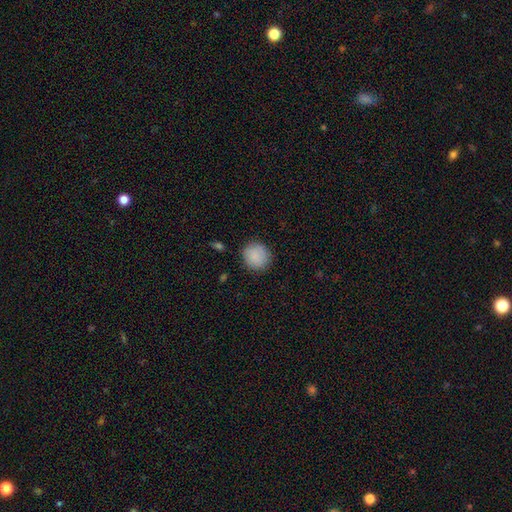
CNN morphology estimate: Smooth or featured?
  - smooth: 88% *
  - star or artifact: 7%
  - featured or disk: 5%
How rounded?
  - round: 89% *
  - in between: 10%
  - cigar-shaped: 1%
Merging?
  - none: 87% *
  - minor disturbance: 9%
  - major disturbance: 3%
  - merger: 1%